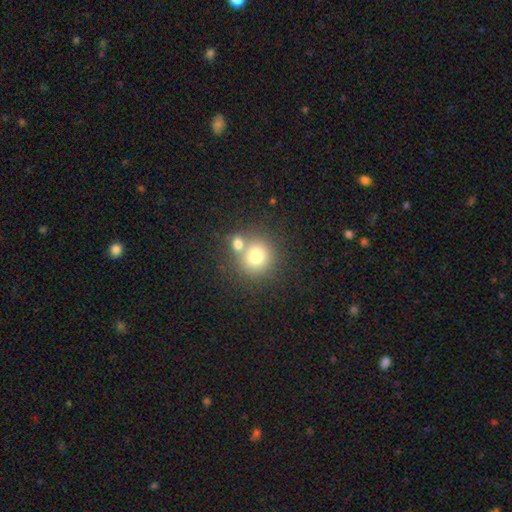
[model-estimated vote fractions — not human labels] smooth_or_featured: smooth (p=0.74) [alt: featured or disk p=0.13]
how_rounded: round (p=0.89) [alt: in between p=0.10]
merging: none (p=0.55) [alt: merger p=0.34]